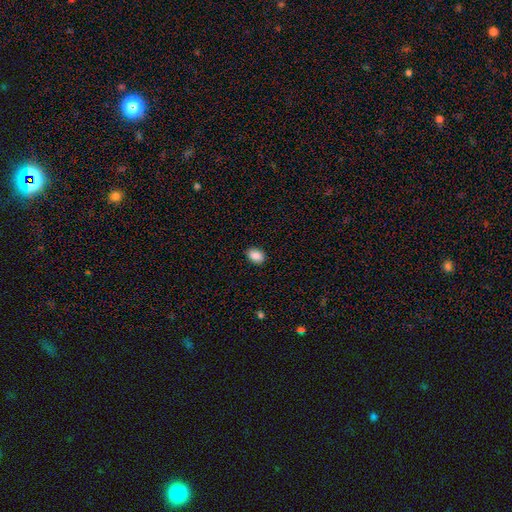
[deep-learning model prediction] This appears to be a smooth galaxy with no disk features (88%) that is in between round and cigar-shaped (79%). Merging: none (89%).